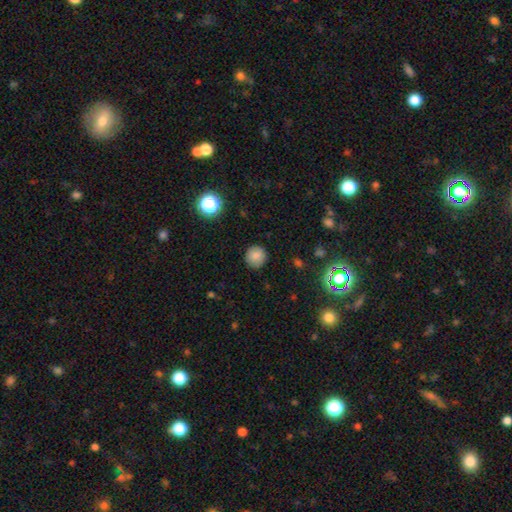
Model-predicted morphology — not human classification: This appears to be a smooth galaxy with no disk features (83%) that is round (93%). Merging: none (88%).